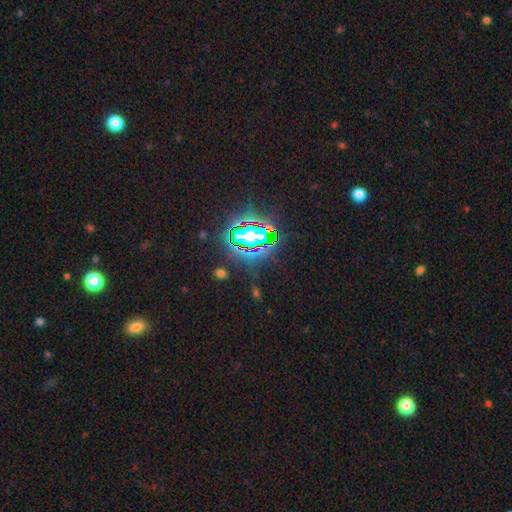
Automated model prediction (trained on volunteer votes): Smooth or featured: star or artifact — 83% (smooth — 10%)